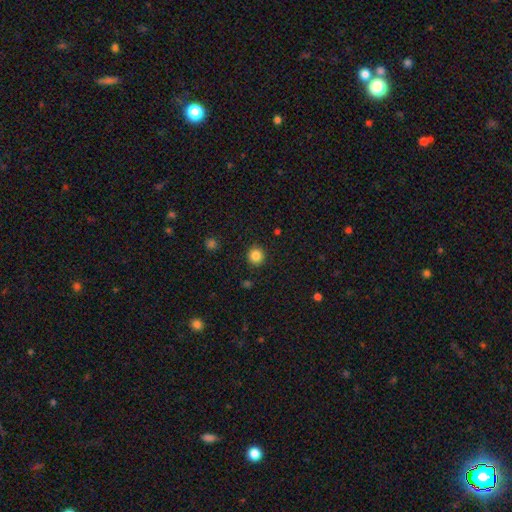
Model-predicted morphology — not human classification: This appears to be a smooth galaxy with no disk features (85%) that is round (93%). Merging: none (91%).